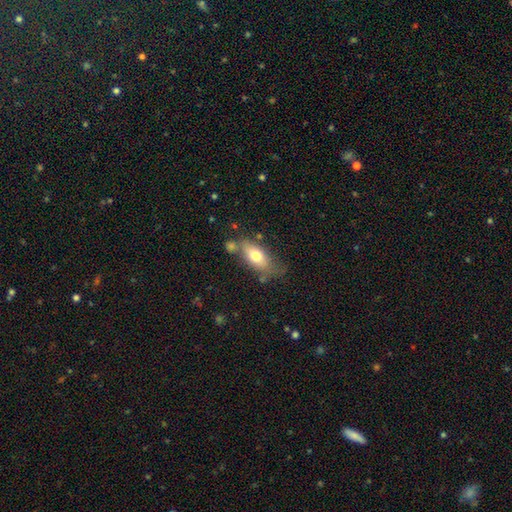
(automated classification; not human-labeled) A smooth galaxy with no disk features (70%) that is in between round and cigar-shaped (82%).

Vote fractions:
- Smooth or featured? smooth: 70% / featured or disk: 23% / star or artifact: 7%
- How rounded? in between: 82% / cigar-shaped: 13% / round: 5%
- Merging? none: 57% / minor disturbance: 23% / merger: 11% / major disturbance: 9%